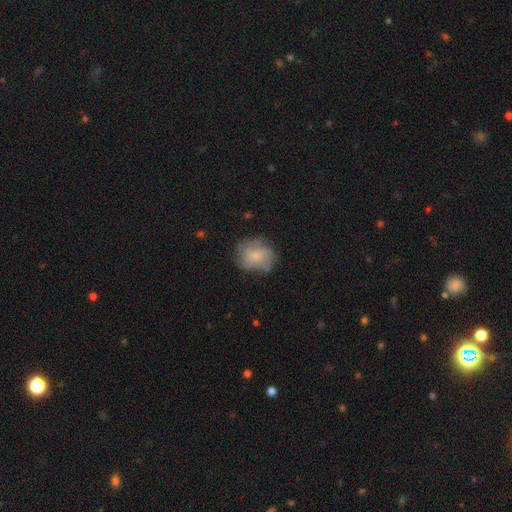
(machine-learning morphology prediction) type=smooth (55%); roundness=round (64%); merging=none (63%).